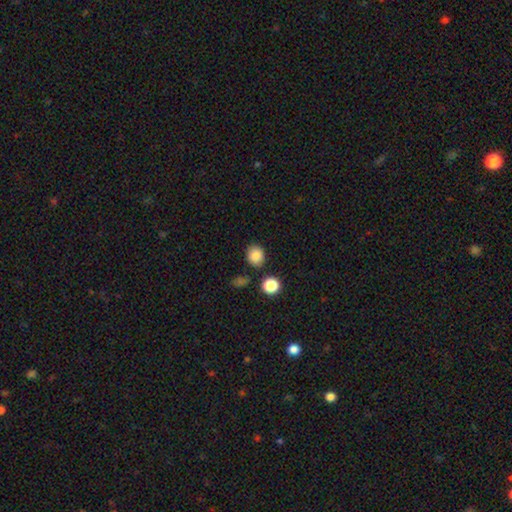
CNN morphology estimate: This is clearly a smooth galaxy (85%). How rounded: likely round (68%). Merging: clearly none (82%).